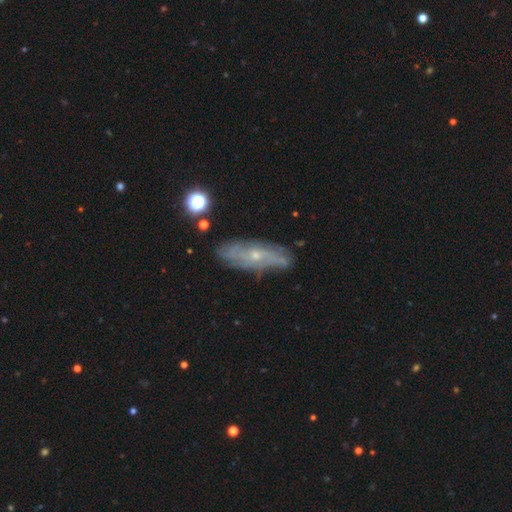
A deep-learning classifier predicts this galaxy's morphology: smooth_or_featured: featured or disk (p=0.69) [alt: smooth p=0.22]
disk_edge_on: no (p=0.76) [alt: yes p=0.24]
bar: no (p=0.76) [alt: weak p=0.20]
has_spiral_arms: yes (p=0.78) [alt: no p=0.22]
bulge_size: small (p=0.70) [alt: moderate p=0.27]
merging: none (p=0.77) [alt: minor disturbance p=0.17]